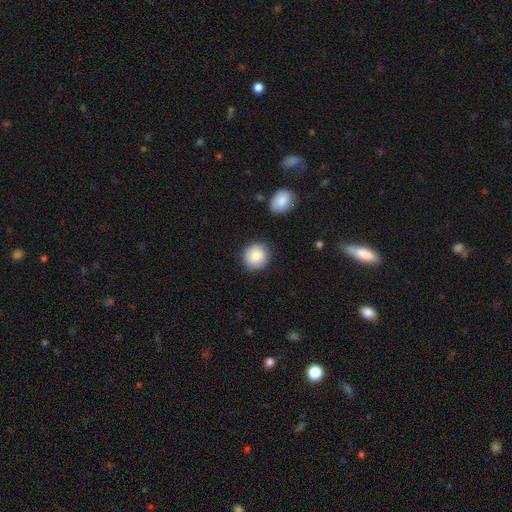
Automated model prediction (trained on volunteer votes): smooth-or-featured: smooth: 86% | star or artifact: 7% | featured or disk: 7%
  how-rounded: round: 86% | in between: 13% | cigar-shaped: 1%
  merging: none: 85% | minor disturbance: 10% | major disturbance: 2% | merger: 2%